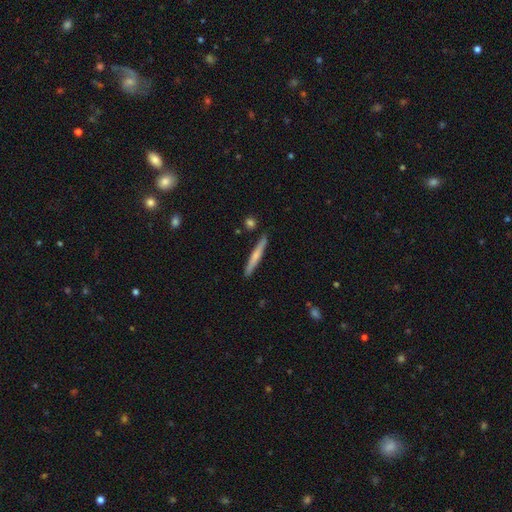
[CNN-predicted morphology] type=smooth (55%); roundness=cigar-shaped (95%); merging=none (89%).